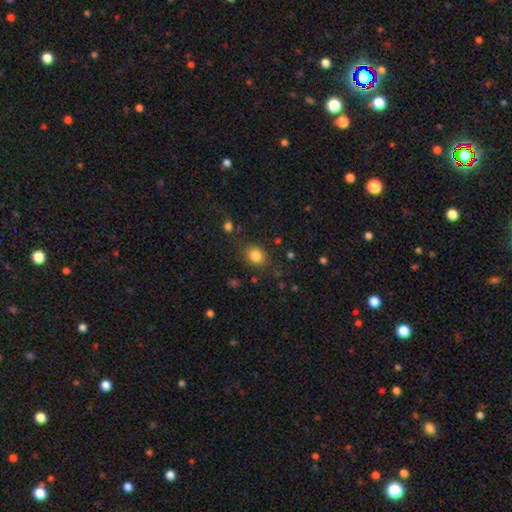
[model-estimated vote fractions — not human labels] smooth 83%, star or artifact 11%, featured or disk 6%. Down the decision tree: how rounded — round (60%); merging — none (77%).